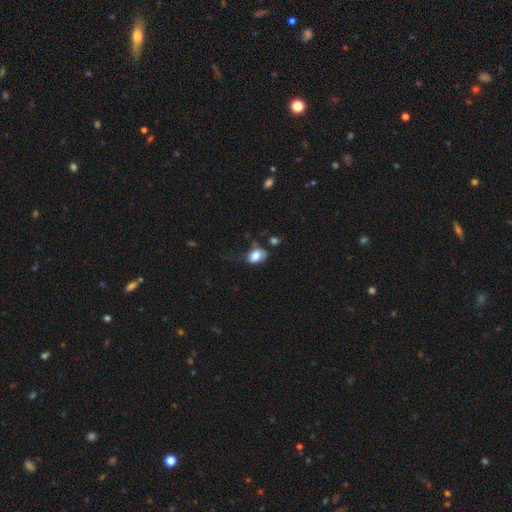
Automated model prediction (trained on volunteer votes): This is clearly a smooth galaxy (81%). How rounded: likely in between (76%). Merging: marginally none (43%).